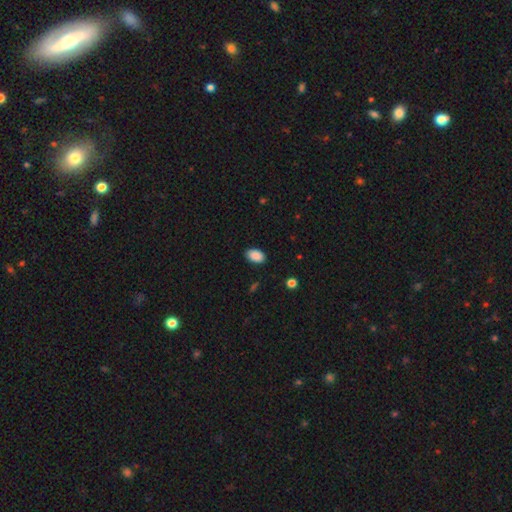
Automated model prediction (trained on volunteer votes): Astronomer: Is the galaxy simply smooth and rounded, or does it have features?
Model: smooth — 89%.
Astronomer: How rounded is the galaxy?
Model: in between — 91%.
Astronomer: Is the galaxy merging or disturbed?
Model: none — 88%.